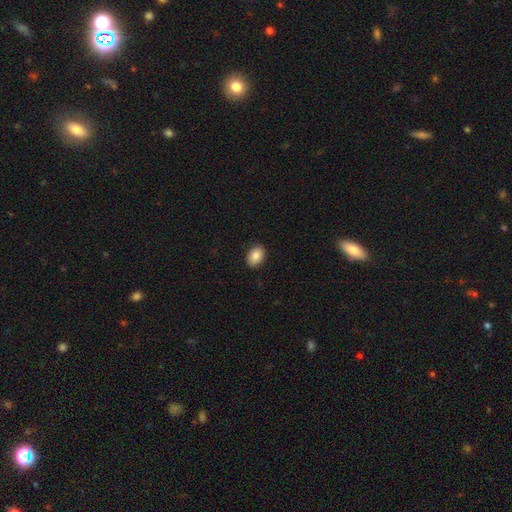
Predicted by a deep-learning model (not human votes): smooth_or_featured: smooth (p=0.87) [alt: star or artifact p=0.07]
how_rounded: in between (p=0.84) [alt: round p=0.15]
merging: none (p=0.89) [alt: minor disturbance p=0.08]